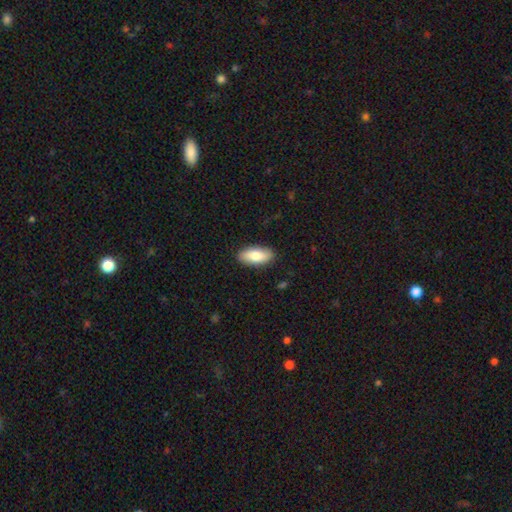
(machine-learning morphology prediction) smooth-or-featured: smooth: 80% | featured or disk: 14% | star or artifact: 6%
  how-rounded: in between: 88% | cigar-shaped: 9% | round: 3%
  merging: none: 88% | minor disturbance: 9% | major disturbance: 2% | merger: 1%